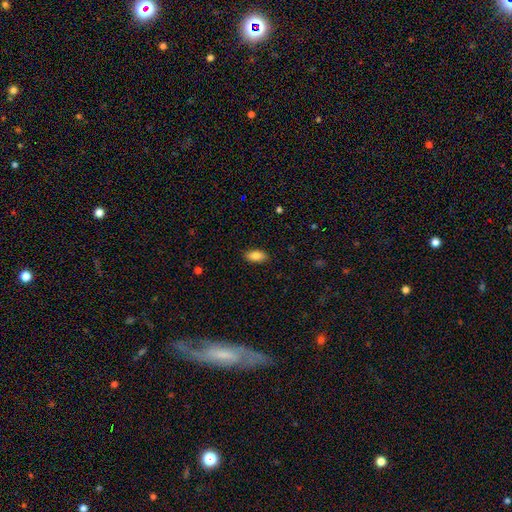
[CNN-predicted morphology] This appears to be a smooth galaxy with no disk features (85%) that is in between round and cigar-shaped (91%). Merging: none (88%).